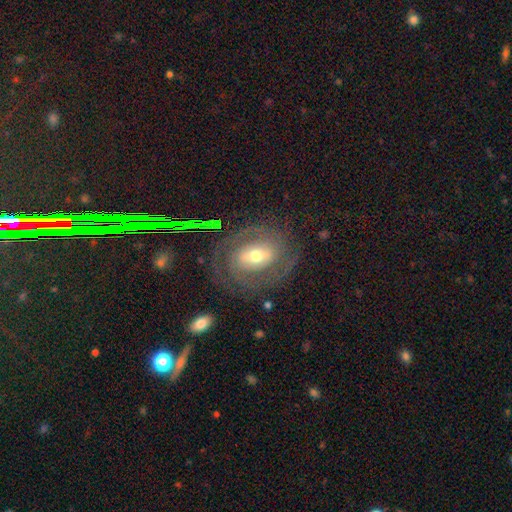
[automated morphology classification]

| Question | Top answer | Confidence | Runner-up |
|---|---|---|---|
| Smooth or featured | featured or disk | 71% | smooth (22%) |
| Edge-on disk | no | 95% | yes (5%) |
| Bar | weak | 38% | no (31%) |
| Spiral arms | yes | 71% | no (29%) |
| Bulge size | moderate | 63% | small (26%) |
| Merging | none | 74% | minor disturbance (14%) |